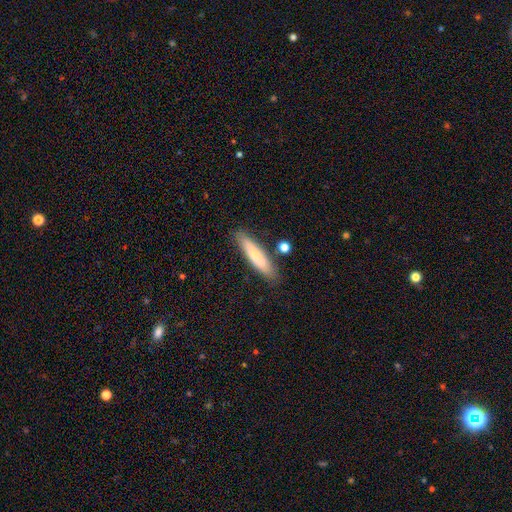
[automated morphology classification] Overall: smooth (67%). How rounded: cigar-shaped (81%). Merging: none (81%).